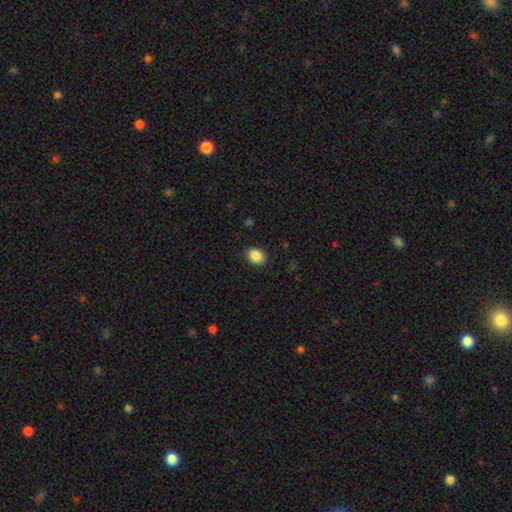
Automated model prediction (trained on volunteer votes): A smooth galaxy with no disk features (89%) that is in between round and cigar-shaped (65%).

Vote fractions:
- Smooth or featured? smooth: 89% / star or artifact: 8% / featured or disk: 3%
- How rounded? in between: 65% / round: 34% / cigar-shaped: 1%
- Merging? none: 89% / minor disturbance: 8% / major disturbance: 2% / merger: 1%